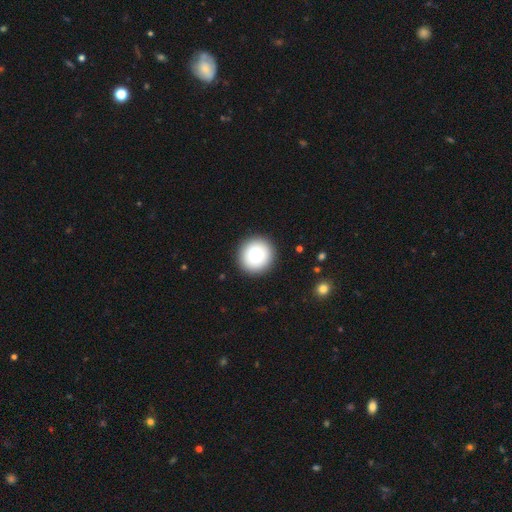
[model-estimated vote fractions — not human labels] This appears to be a smooth galaxy with no disk features (81%) that is round (93%). Merging: none (92%).